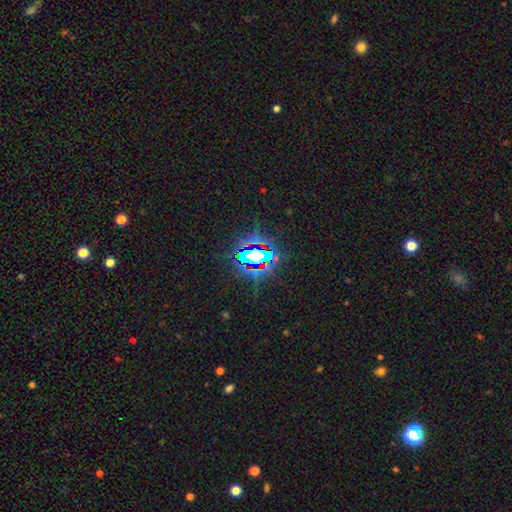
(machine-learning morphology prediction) A star or artifact, not a galaxy (79%).

Vote fractions:
- Smooth or featured? star or artifact: 79% / smooth: 13% / featured or disk: 9%